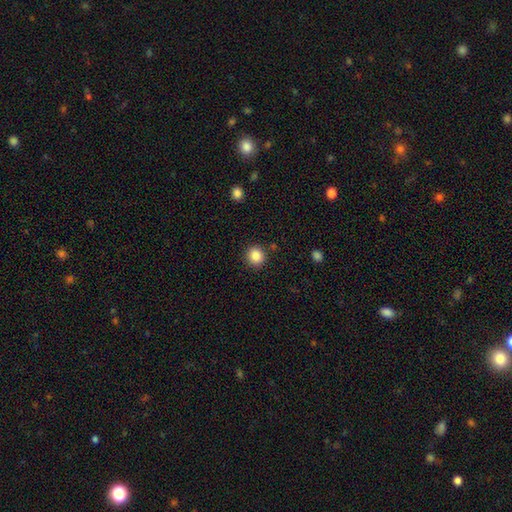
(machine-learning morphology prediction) This is clearly a smooth galaxy (86%). How rounded: clearly round (90%). Merging: clearly none (90%).